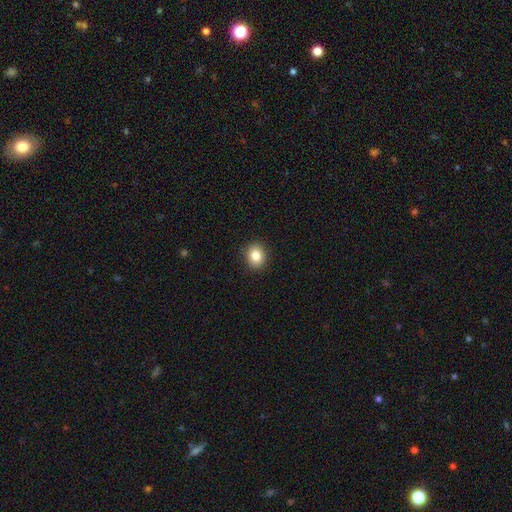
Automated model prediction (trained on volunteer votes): A smooth galaxy with no disk features (83%) that is round (69%). Merging: none (91%).